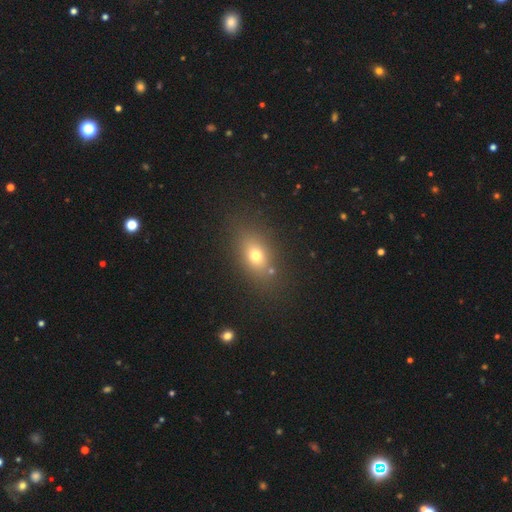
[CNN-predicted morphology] A smooth galaxy with no disk features (70%) that is in between round and cigar-shaped (69%).

Vote fractions:
- Smooth or featured? smooth: 70% / star or artifact: 16% / featured or disk: 14%
- How rounded? in between: 69% / round: 27% / cigar-shaped: 4%
- Merging? none: 80% / minor disturbance: 11% / major disturbance: 5% / merger: 4%